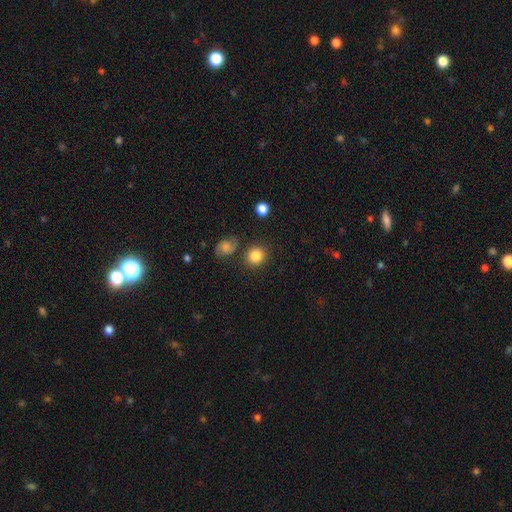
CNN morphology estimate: smooth 83%, star or artifact 10%, featured or disk 8%. Down the decision tree: how rounded — round (84%); merging — none (81%).